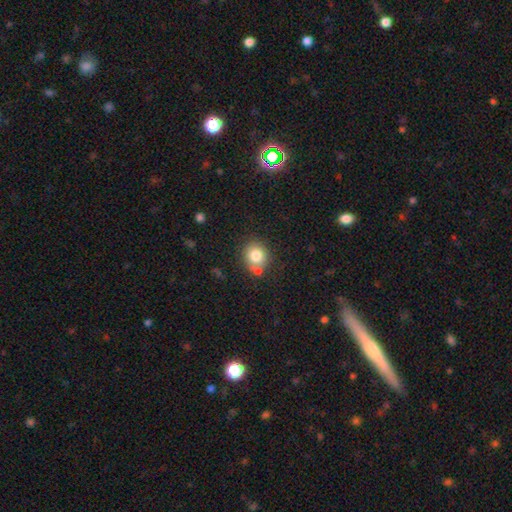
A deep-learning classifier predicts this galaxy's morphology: Q: Smooth or featured?
A: smooth (80%); runner-up: featured or disk (10%)
Q: How rounded?
A: round (76%); runner-up: in between (23%)
Q: Merging?
A: none (67%); runner-up: merger (16%)